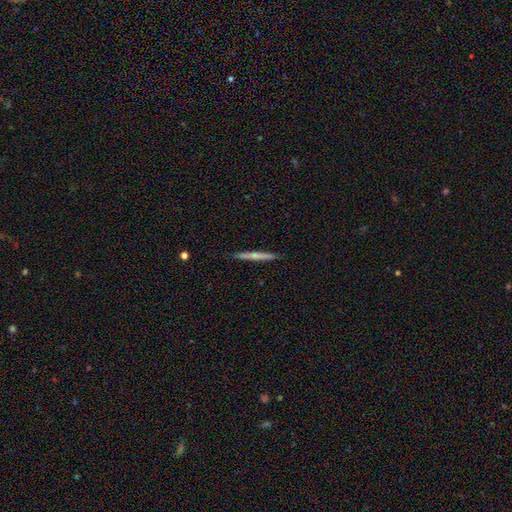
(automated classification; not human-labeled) Smooth or featured? featured or disk (49%)
Merging? none (90%)